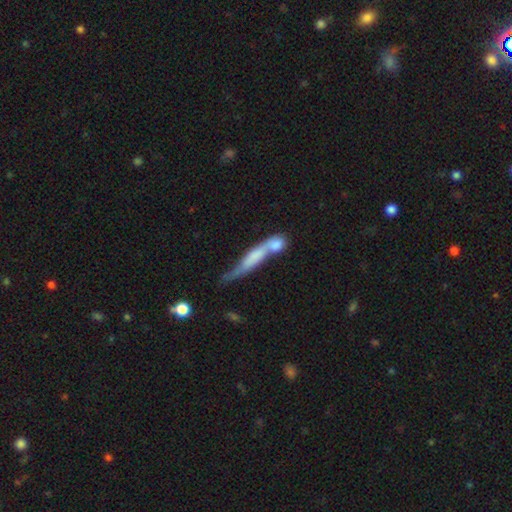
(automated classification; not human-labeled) smooth-or-featured: smooth: 51% | featured or disk: 41% | star or artifact: 8%
  how-rounded: cigar-shaped: 82% | in between: 14% | round: 4%
  merging: merger: 46% | none: 29% | minor disturbance: 15% | major disturbance: 11%